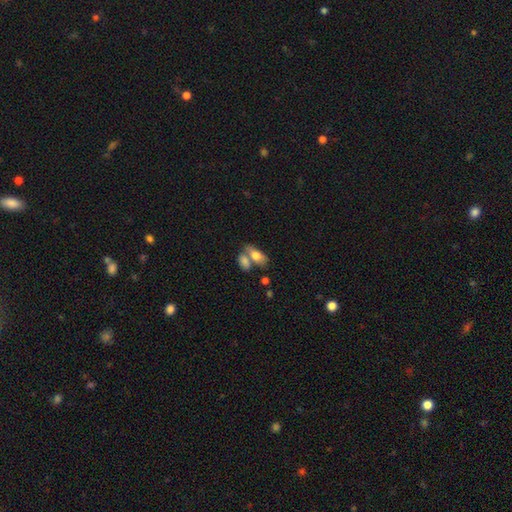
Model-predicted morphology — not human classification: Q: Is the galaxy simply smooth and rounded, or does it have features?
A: smooth — 74%.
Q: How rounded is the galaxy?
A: in between — 86%.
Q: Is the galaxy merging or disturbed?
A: merger — 49%.